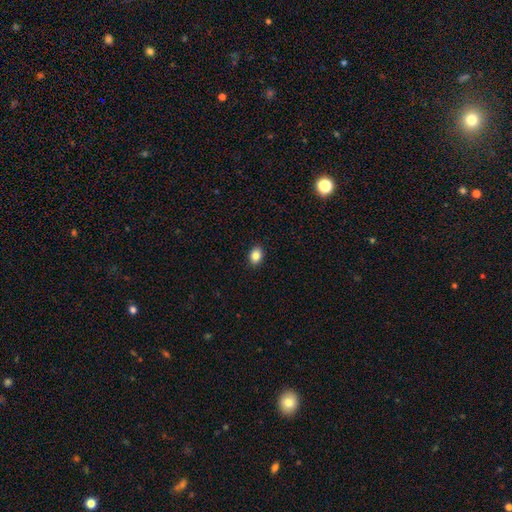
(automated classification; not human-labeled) The model was most divided on "how rounded": in between: 69%, round: 30%, cigar-shaped: 1%. More confident: merging — none (90%); smooth or featured — smooth (85%).